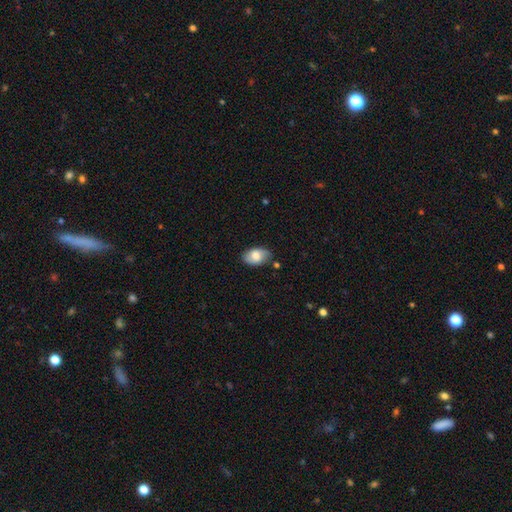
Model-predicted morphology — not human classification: Q: Smooth or featured?
A: smooth (75%); runner-up: featured or disk (18%)
Q: How rounded?
A: in between (89%); runner-up: round (9%)
Q: Merging?
A: none (78%); runner-up: minor disturbance (17%)